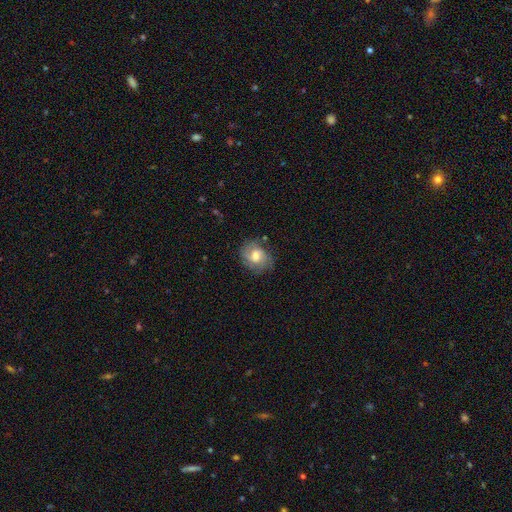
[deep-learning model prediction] Overall: featured or disk (60%; smooth 32%). Edge-on disk: no (97%). Bar: no (52%; weak 41%). Spiral arms: yes (87%). Spiral arm count: 2 (50%; can't tell 26%). Spiral winding: tight (47%; medium 39%). Bulge size: moderate (60%; large 20%). Merging: none (70%).